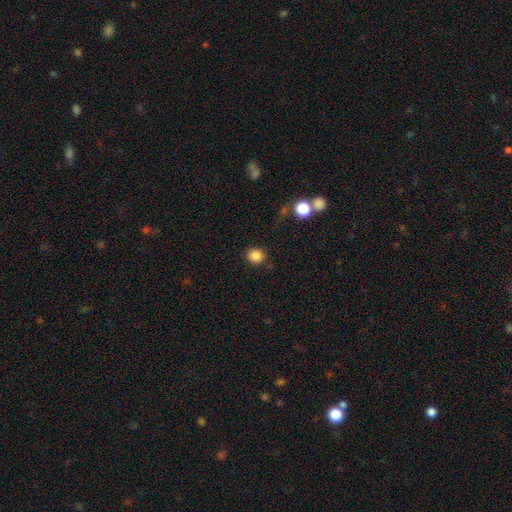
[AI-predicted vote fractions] This appears to be a smooth galaxy with no disk features (86%) that is round (83%). Merging: none (86%).